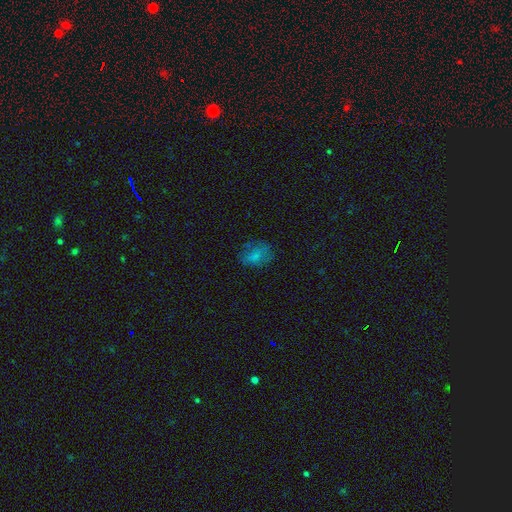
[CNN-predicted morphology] A smooth galaxy with no disk features (69%) that is in between round and cigar-shaped (63%). Merging: none (62%).